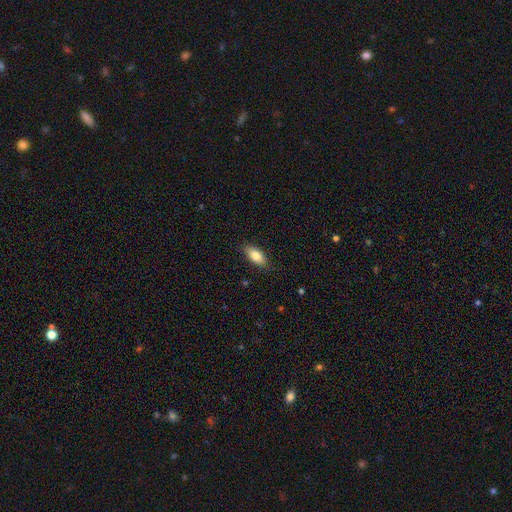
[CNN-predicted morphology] smooth 83%, featured or disk 10%, star or artifact 7%. Down the decision tree: how rounded — in between (88%); merging — none (85%).